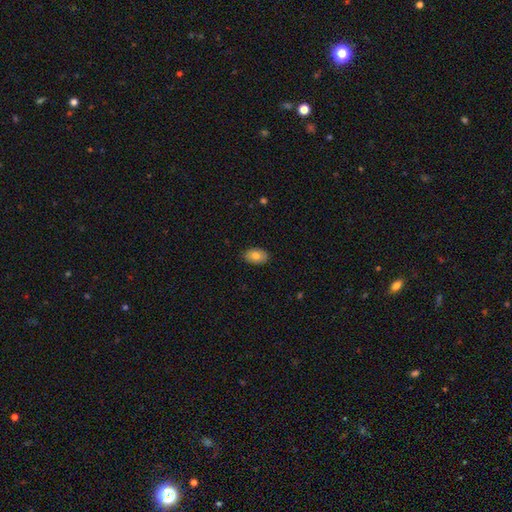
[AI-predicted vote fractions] A smooth galaxy with no disk features (79%) that is in between round and cigar-shaped (87%). Merging: none (87%).